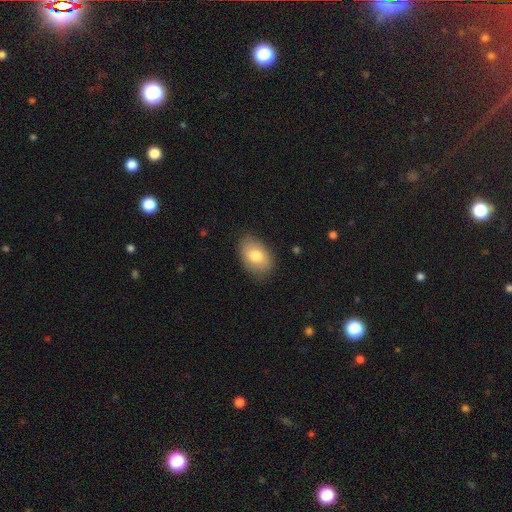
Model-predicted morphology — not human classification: The model was most divided on "smooth or featured": smooth: 79%, featured or disk: 15%, star or artifact: 6%. More confident: how rounded — in between (88%); merging — none (83%).